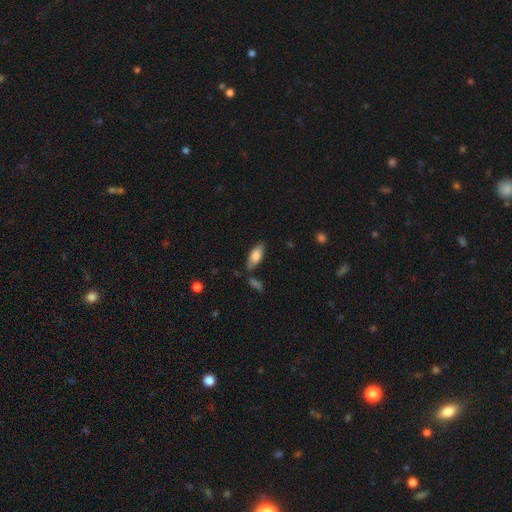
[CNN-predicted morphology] Overall: smooth (76%). How rounded: in between (79%). Merging: none (75%).